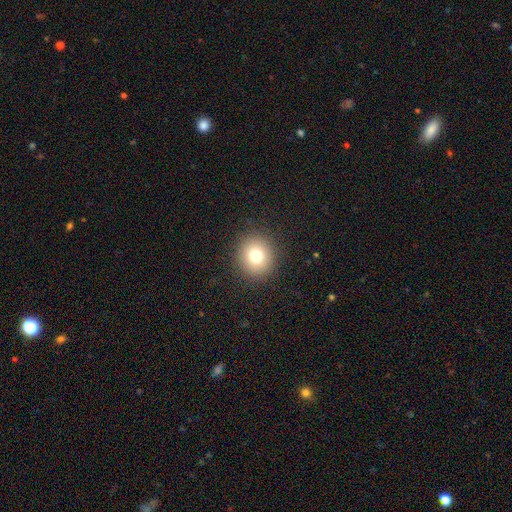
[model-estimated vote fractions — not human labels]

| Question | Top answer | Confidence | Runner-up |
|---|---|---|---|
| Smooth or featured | smooth | 77% | star or artifact (13%) |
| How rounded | round | 91% | in between (8%) |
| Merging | none | 91% | minor disturbance (6%) |